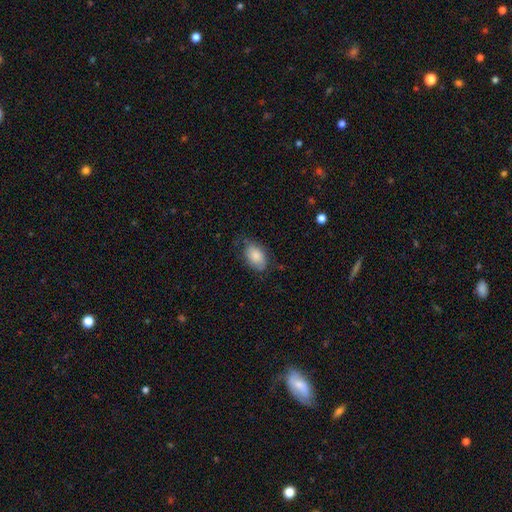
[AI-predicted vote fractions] Morphology: type=smooth (79%); roundness=in between (89%); merging=none (58%).